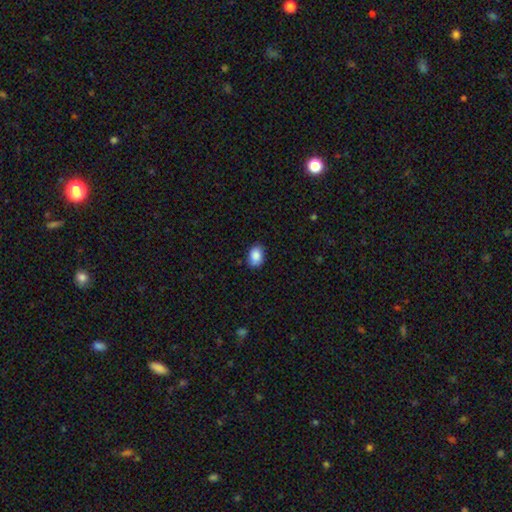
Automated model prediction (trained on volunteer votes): Smooth or featured: smooth — 88% (star or artifact — 7%)
How rounded: in between — 79% (round — 19%)
Merging: none — 83% (minor disturbance — 13%)